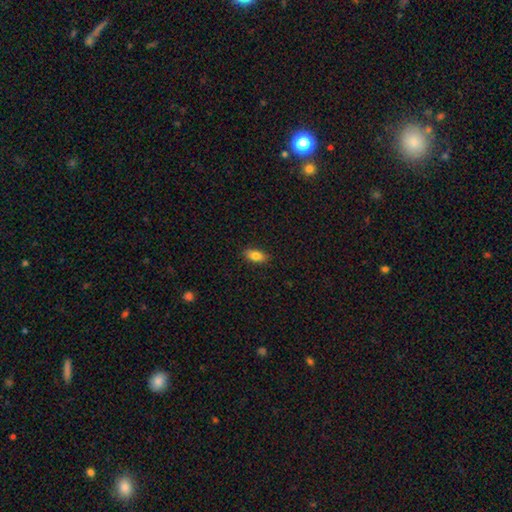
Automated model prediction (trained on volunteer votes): smooth-or-featured: smooth: 81% | featured or disk: 11% | star or artifact: 7%
  how-rounded: in between: 85% | cigar-shaped: 11% | round: 4%
  merging: none: 88% | minor disturbance: 9% | major disturbance: 2% | merger: 1%